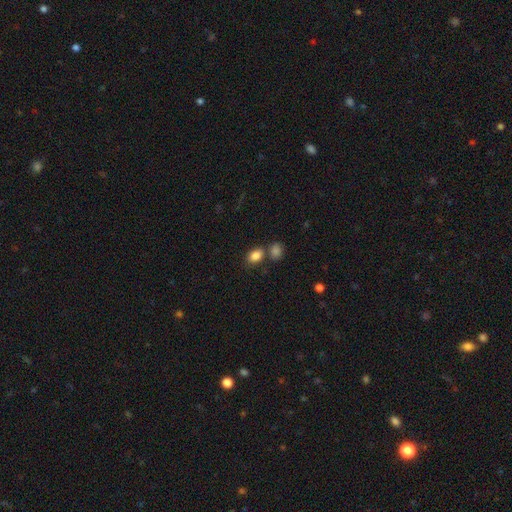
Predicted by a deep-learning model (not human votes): Smooth or featured? smooth (85%)
How rounded? in between (75%)
Merging? none (63%)